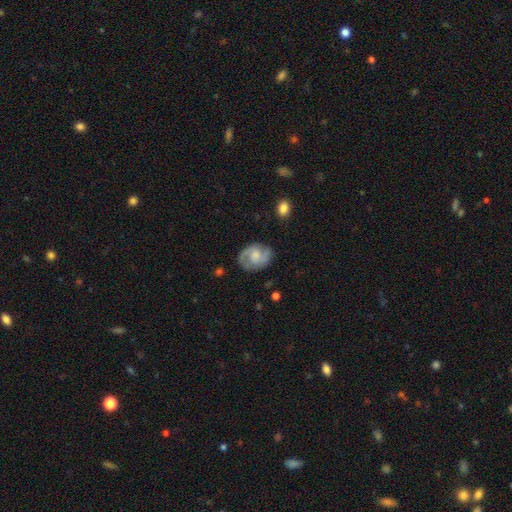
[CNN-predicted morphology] Smooth or featured?
  - featured or disk: 70% *
  - smooth: 24%
  - star or artifact: 6%
Edge-on disk?
  - no: 97% *
  - yes: 3%
Bar?
  - no: 52% *
  - weak: 41%
  - strong: 7%
Spiral arms?
  - yes: 90% *
  - no: 10%
Spiral winding?
  - medium: 49% *
  - tight: 31%
  - loose: 20%
Spiral arm count?
  - 2: 84% *
  - can't tell: 8%
  - 1: 4%
  - 3: 2%
  - 4: 1%
  - more than 4: 1%
Bulge size?
  - moderate: 37% *
  - small: 26%
  - none: 19%
  - large: 16%
  - dominant: 2%
Merging?
  - none: 76% *
  - minor disturbance: 16%
  - major disturbance: 6%
  - merger: 2%